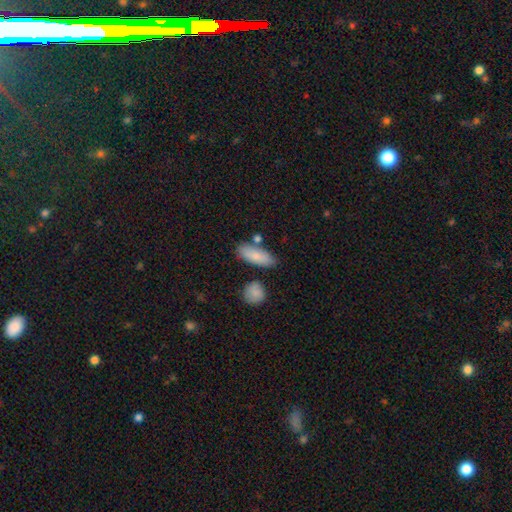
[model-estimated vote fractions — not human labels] The model was most divided on "how rounded": in between: 70%, cigar-shaped: 27%, round: 3%. More confident: smooth or featured — smooth (83%); merging — none (75%).